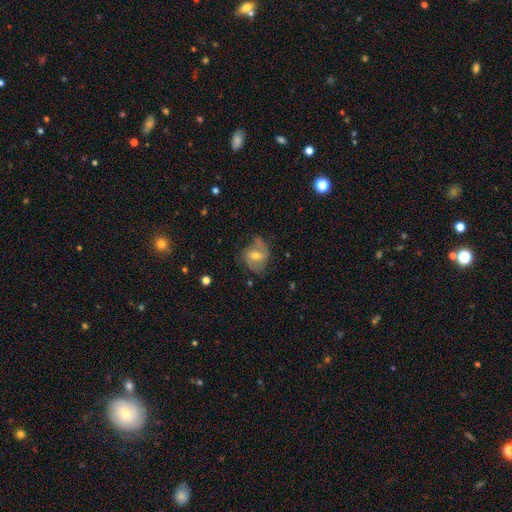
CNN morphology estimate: smooth-or-featured: featured or disk: 65% | smooth: 26% | star or artifact: 8%
  disk-edge-on: no: 96% | yes: 4%
    bar: weak: 48% | no: 31% | strong: 20%
    has-spiral-arms: yes: 83% | no: 17%
      spiral-winding: medium: 44% | loose: 28% | tight: 28%
      spiral-arm-count: 2: 73% | can't tell: 14% | 1: 8% | 3: 3% | 4: 1% | more than 4: 1%
    bulge-size: moderate: 67% | small: 26% | large: 4% | none: 2% | dominant: 1%
  merging: none: 63% | minor disturbance: 24% | major disturbance: 11% | merger: 2%